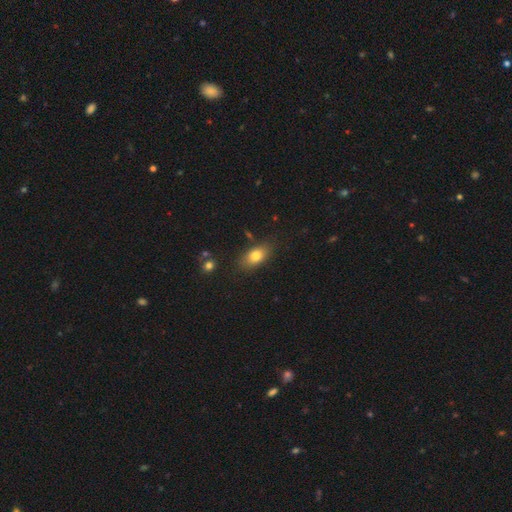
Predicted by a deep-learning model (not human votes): Smooth or featured? smooth (79%)
How rounded? in between (85%)
Merging? none (80%)